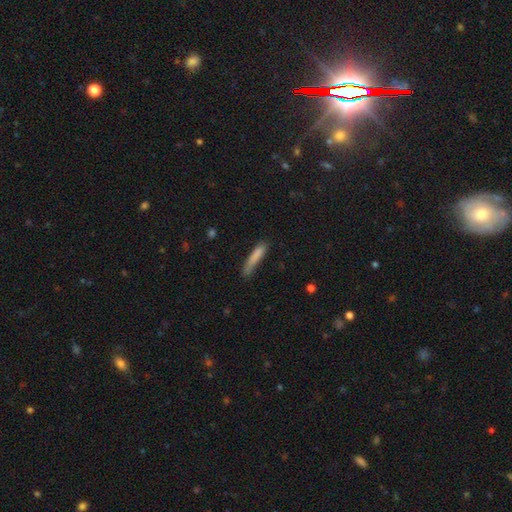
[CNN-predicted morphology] Q: Smooth or featured?
A: smooth (81%); runner-up: featured or disk (12%)
Q: How rounded?
A: cigar-shaped (91%); runner-up: in between (8%)
Q: Merging?
A: none (65%); runner-up: minor disturbance (25%)